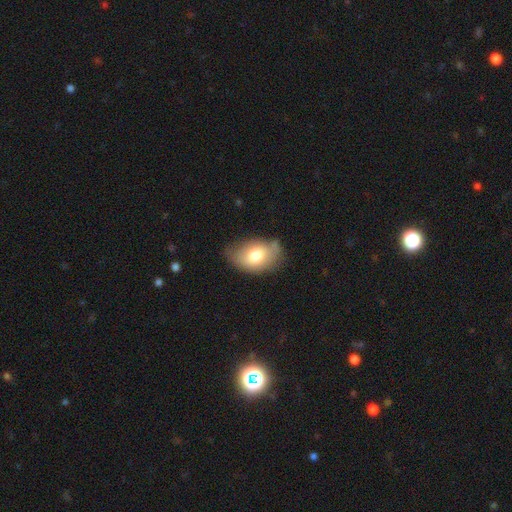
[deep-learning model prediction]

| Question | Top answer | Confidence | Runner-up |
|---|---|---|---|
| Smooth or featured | smooth | 72% | featured or disk (21%) |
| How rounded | in between | 85% | round (14%) |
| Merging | none | 54% | minor disturbance (35%) |